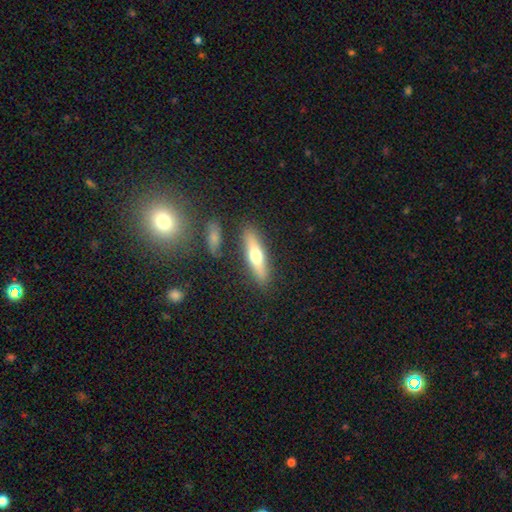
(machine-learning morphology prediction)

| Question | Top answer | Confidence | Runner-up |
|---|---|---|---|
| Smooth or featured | smooth | 54% | featured or disk (40%) |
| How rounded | cigar-shaped | 70% | in between (27%) |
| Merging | none | 83% | minor disturbance (10%) |